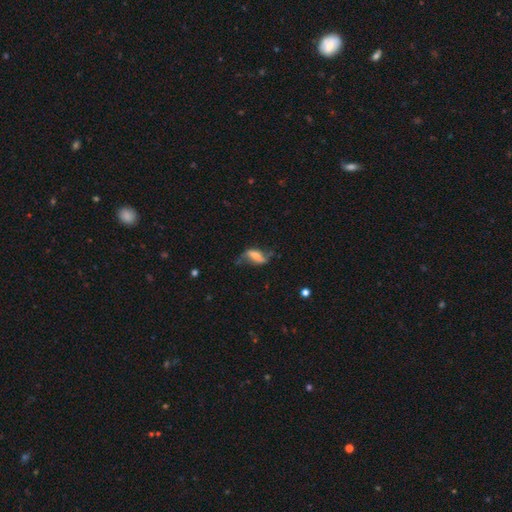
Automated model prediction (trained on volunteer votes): This appears to be a featured or disk galaxy (60%) with a strong bar (42%), spiral arms (78%) and a small central bulge (37%). Merging: none (48%).